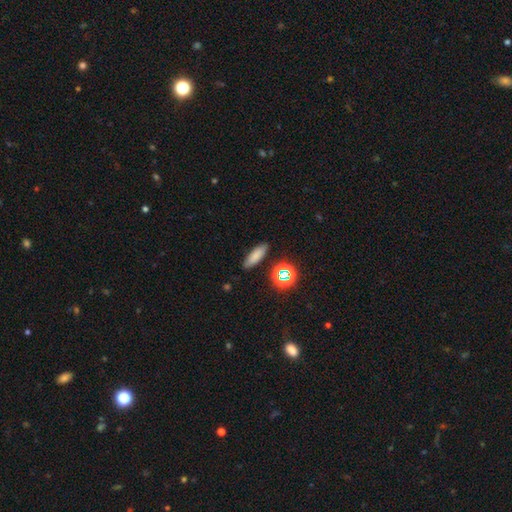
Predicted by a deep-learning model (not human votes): Smooth or featured? smooth (77%)
How rounded? cigar-shaped (49%)
Merging? none (85%)